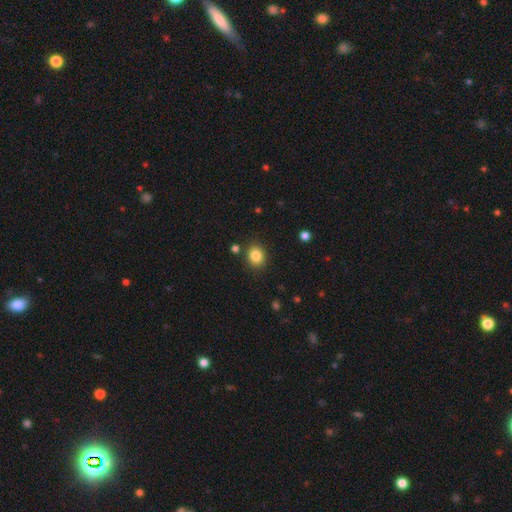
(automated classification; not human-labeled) A smooth galaxy with no disk features (84%) that is round (62%).

Vote fractions:
- Smooth or featured? smooth: 84% / star or artifact: 10% / featured or disk: 5%
- How rounded? round: 62% / in between: 37% / cigar-shaped: 1%
- Merging? none: 86% / minor disturbance: 9% / merger: 3% / major disturbance: 3%